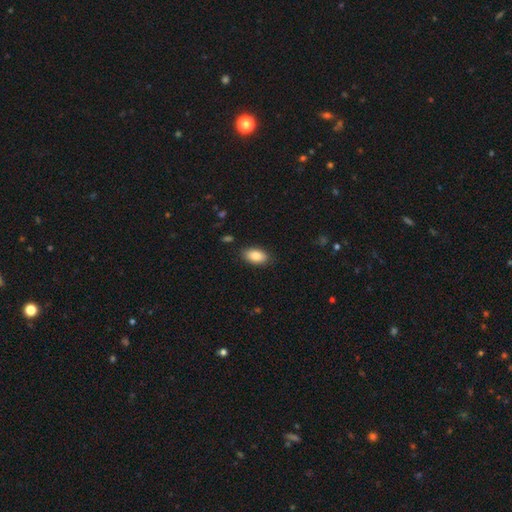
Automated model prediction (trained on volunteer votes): Overall: smooth (85%). How rounded: in between (93%). Merging: none (86%).